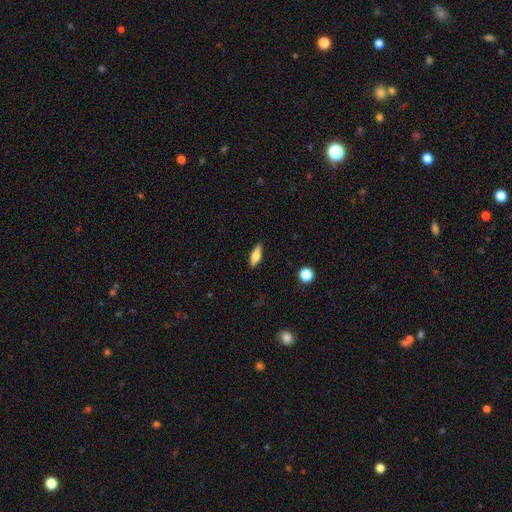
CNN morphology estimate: This appears to be a smooth galaxy with no disk features (67%) that is in between round and cigar-shaped (57%). Merging: none (87%).